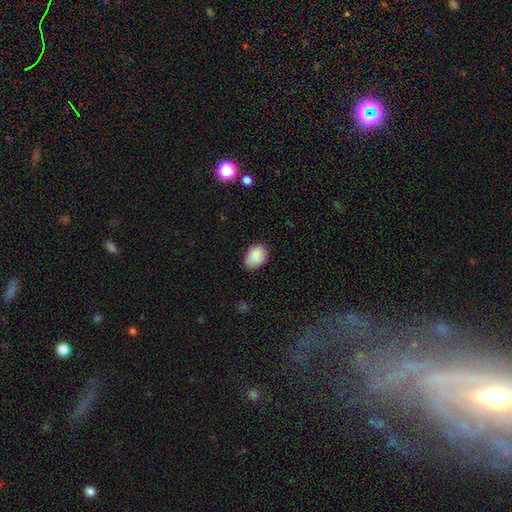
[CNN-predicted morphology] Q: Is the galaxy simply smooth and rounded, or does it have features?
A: smooth — 88%.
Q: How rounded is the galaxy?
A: in between — 79%.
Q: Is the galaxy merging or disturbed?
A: none — 79%.